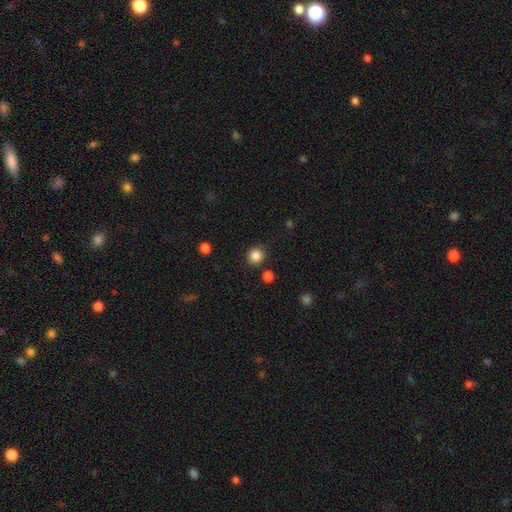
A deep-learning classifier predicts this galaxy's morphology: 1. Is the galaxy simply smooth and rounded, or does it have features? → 86% smooth, 11% star or artifact, 3% featured or disk.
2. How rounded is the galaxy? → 92% round, 7% in between, 1% cigar-shaped.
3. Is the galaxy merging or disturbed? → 85% none, 9% minor disturbance, 4% merger, 3% major disturbance.